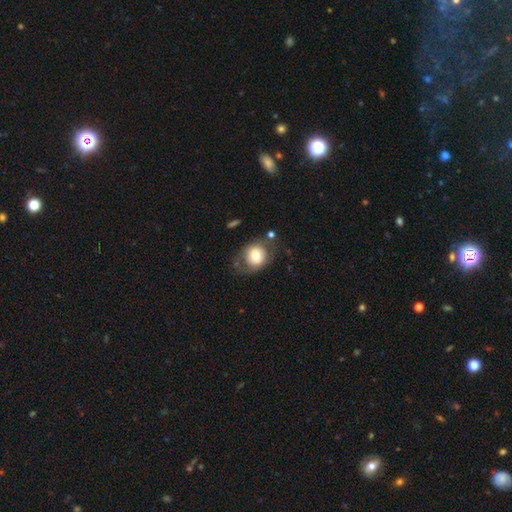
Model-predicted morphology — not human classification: Smooth or featured? smooth (69%)
How rounded? round (71%)
Merging? none (62%)